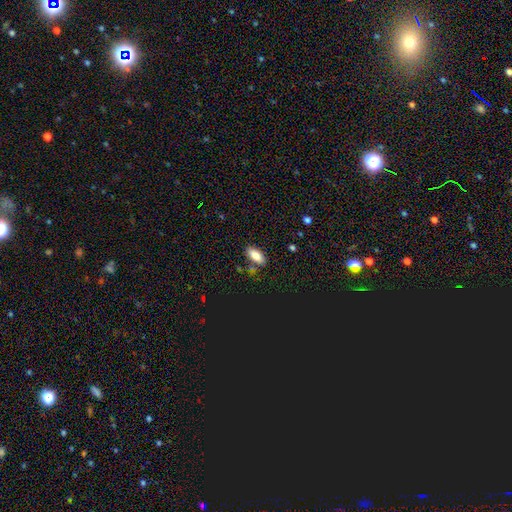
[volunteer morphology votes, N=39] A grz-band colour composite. It shows a smooth galaxy with no disk features (87%) that is in between round and cigar-shaped (94%). Merging: none (76%).